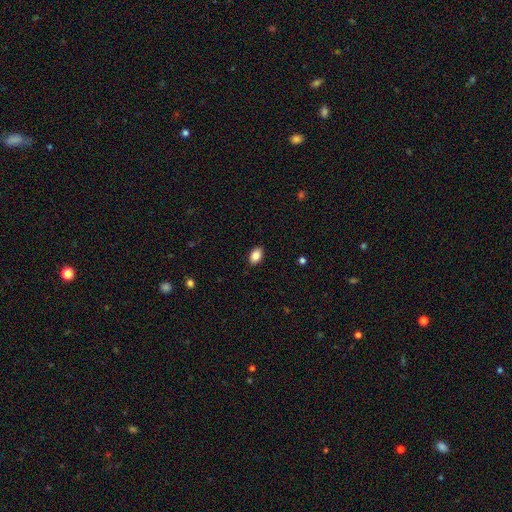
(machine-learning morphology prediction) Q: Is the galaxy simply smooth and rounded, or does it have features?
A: smooth — 87%.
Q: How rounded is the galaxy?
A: in between — 89%.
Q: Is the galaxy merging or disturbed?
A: none — 89%.